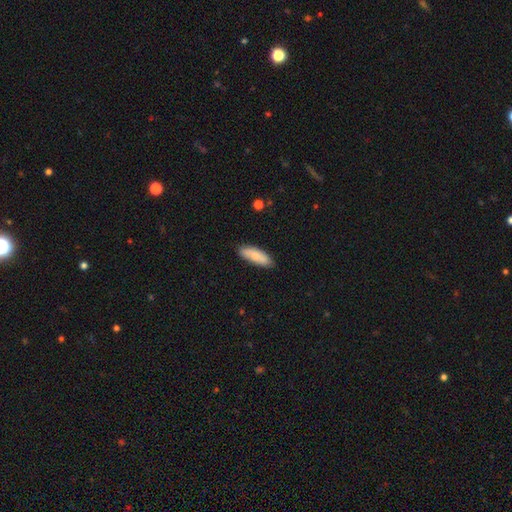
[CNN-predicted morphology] type=smooth (80%); roundness=in between (62%); merging=none (84%).